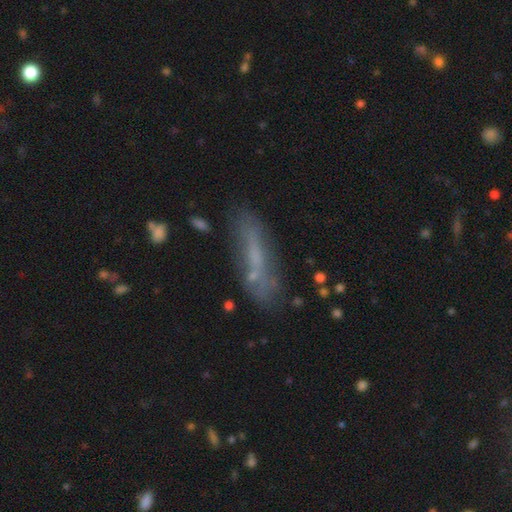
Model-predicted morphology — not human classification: Smooth or featured? Predicted: smooth (p=0.48). Merging? Predicted: none (p=0.63).